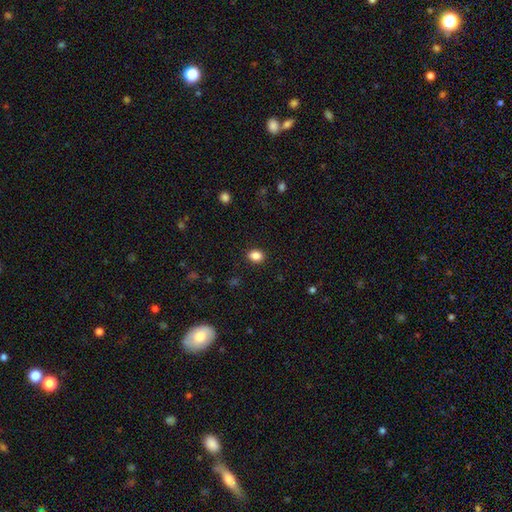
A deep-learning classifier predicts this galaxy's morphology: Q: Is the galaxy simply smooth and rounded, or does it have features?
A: smooth — 87%.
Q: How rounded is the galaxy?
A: in between — 63%.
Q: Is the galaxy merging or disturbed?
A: none — 89%.